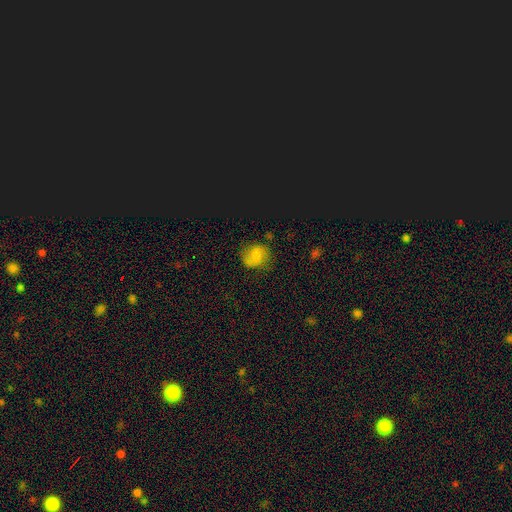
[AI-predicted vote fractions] Smooth or featured: smooth — 49% (featured or disk — 36%)
Merging: none — 71% (minor disturbance — 20%)